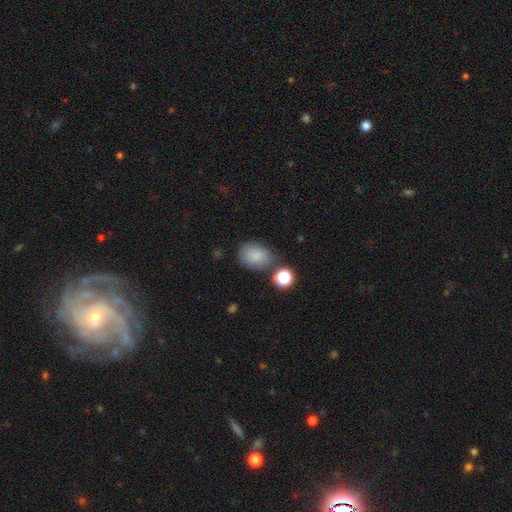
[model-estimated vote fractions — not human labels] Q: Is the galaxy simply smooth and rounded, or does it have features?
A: smooth — 83%.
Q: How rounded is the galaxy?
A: in between — 59%.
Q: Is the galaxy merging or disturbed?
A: none — 64%.